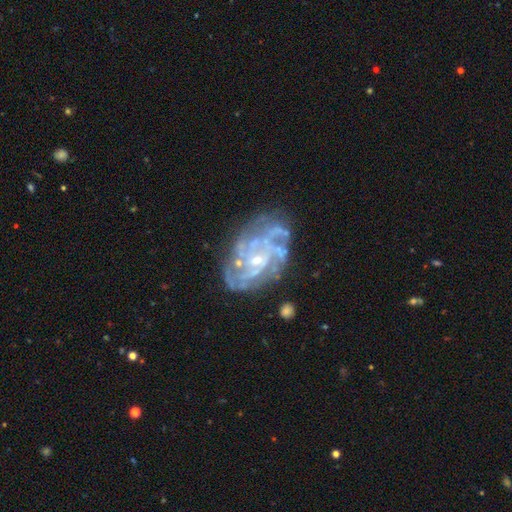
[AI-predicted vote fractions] featured or disk 81%, star or artifact 12%, smooth 7%. Down the decision tree: edge-on disk — no (96%); bar — no (57%); spiral arms — yes (92%); spiral arm count — can't tell (34%); spiral winding — tight (62%); bulge size — small (66%); merging — none (71%).